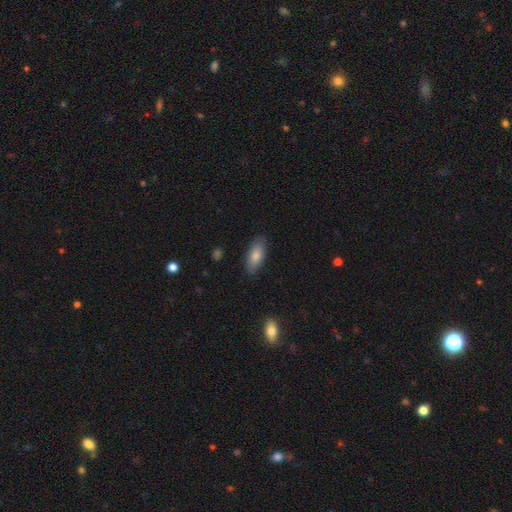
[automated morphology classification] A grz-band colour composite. It shows a smooth galaxy with no disk features (81%) that is in between round and cigar-shaped (82%). Merging: none (86%).